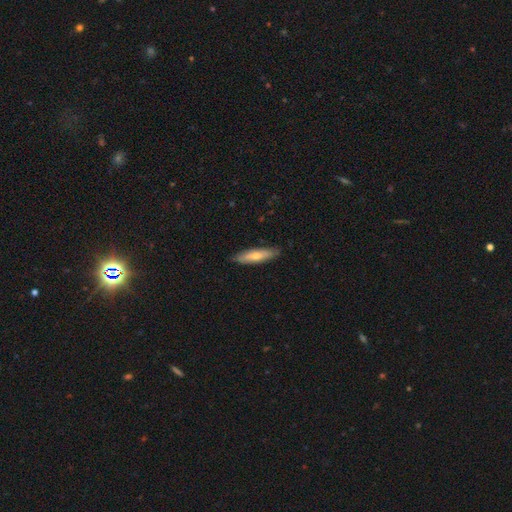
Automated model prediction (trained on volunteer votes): This appears to be a smooth galaxy with no disk features (56%) that is cigar-shaped (75%). Merging: none (87%).